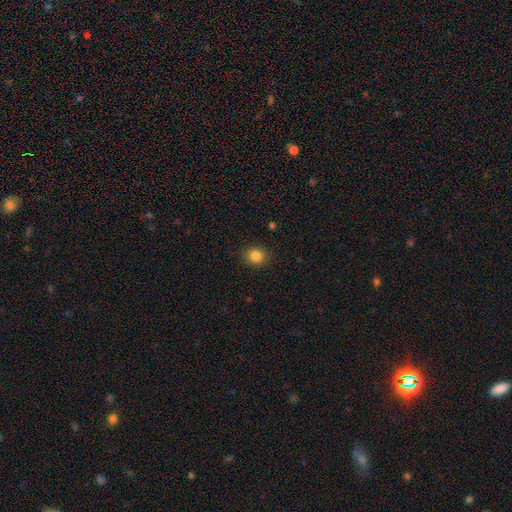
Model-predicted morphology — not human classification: This appears to be a smooth galaxy with no disk features (85%) that is round (80%). Merging: none (90%).